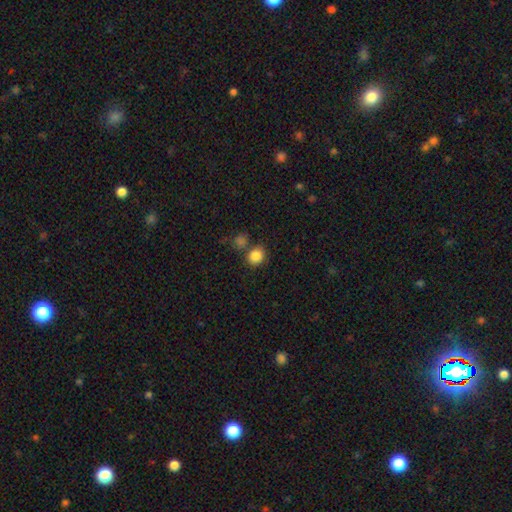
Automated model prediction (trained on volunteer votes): Smooth or featured? smooth (85%)
How rounded? round (74%)
Merging? none (67%)